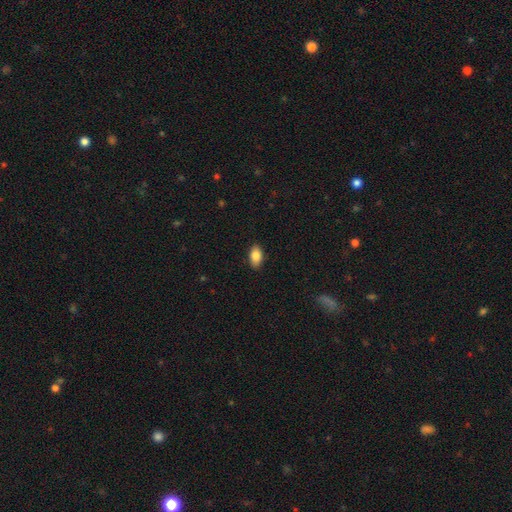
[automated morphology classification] Q: Smooth or featured?
A: smooth (84%); runner-up: featured or disk (8%)
Q: How rounded?
A: in between (91%); runner-up: round (6%)
Q: Merging?
A: none (89%); runner-up: minor disturbance (9%)